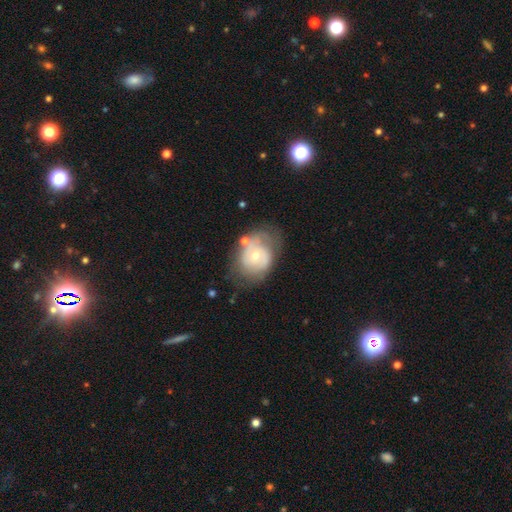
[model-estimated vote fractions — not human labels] Morphology: type=featured or disk (72%); edge-on=no (97%); bar=no (68%); spiral arms=yes (84%); winding=tight (49%); arm count=2 (59%); bulge=moderate (56%); merging=none (59%).